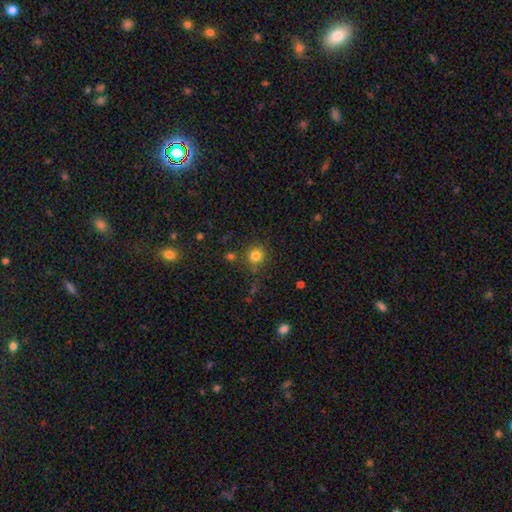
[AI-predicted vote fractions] A smooth galaxy with no disk features (81%) that is round (92%). Merging: none (77%).